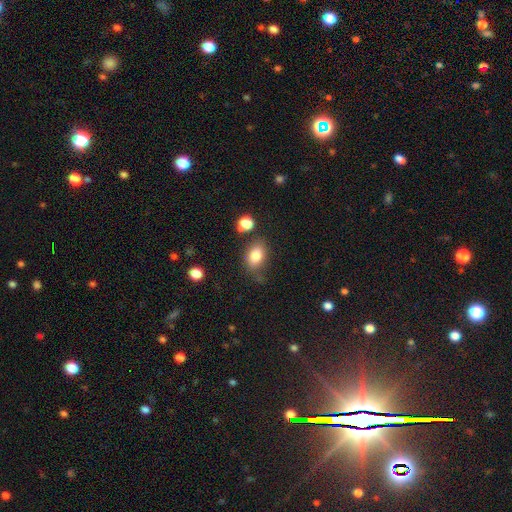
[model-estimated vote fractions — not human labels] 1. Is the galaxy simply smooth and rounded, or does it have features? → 82% smooth, 9% star or artifact, 9% featured or disk.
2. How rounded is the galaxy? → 81% in between, 18% round, 2% cigar-shaped.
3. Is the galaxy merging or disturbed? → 69% none, 18% minor disturbance, 7% merger, 6% major disturbance.